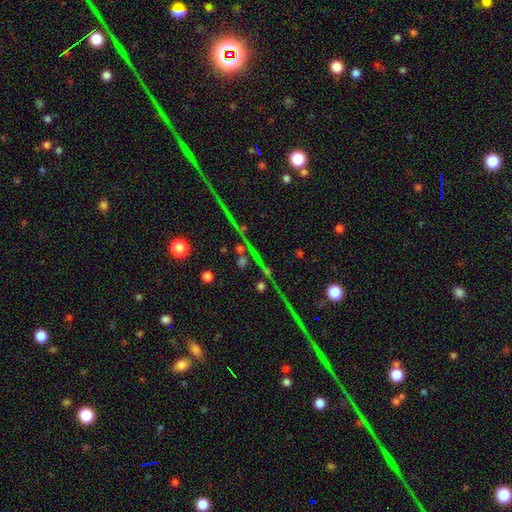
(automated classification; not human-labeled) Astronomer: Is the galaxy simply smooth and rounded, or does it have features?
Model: star or artifact — 59%.